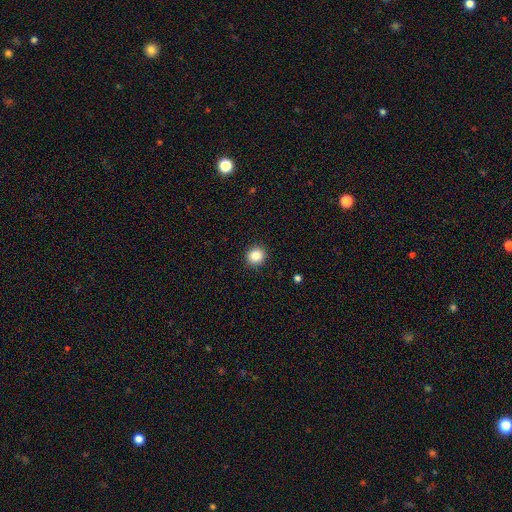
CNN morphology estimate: Smooth or featured: smooth — 87% (star or artifact — 10%)
How rounded: round — 87% (in between — 12%)
Merging: none — 90% (minor disturbance — 7%)